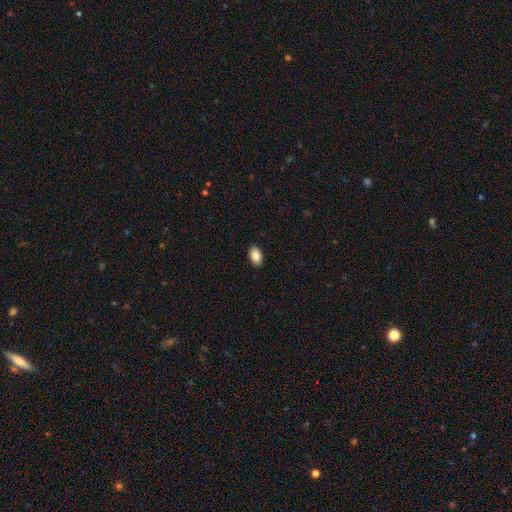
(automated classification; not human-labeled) Q: Smooth or featured?
A: smooth (88%); runner-up: star or artifact (8%)
Q: How rounded?
A: in between (90%); runner-up: round (9%)
Q: Merging?
A: none (90%); runner-up: minor disturbance (7%)